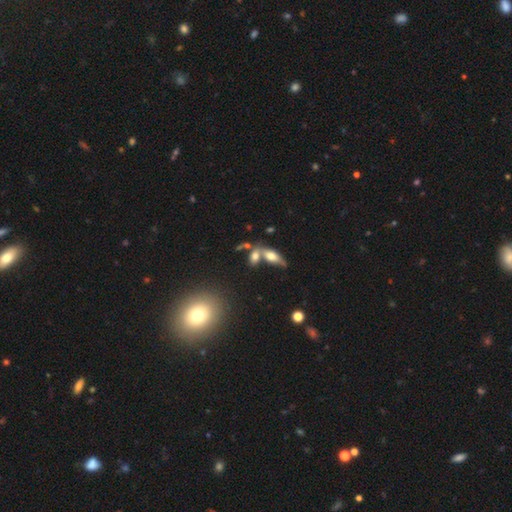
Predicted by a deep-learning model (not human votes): Smooth or featured: smooth — 60% (featured or disk — 29%)
How rounded: in between — 73% (cigar-shaped — 19%)
Merging: merger — 44% (none — 42%)